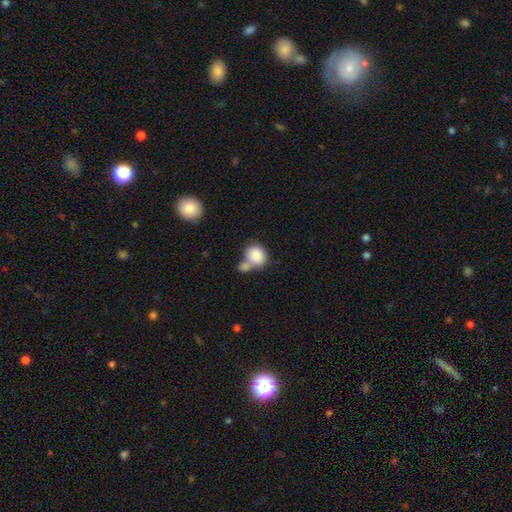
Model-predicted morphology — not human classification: Smooth or featured?
  - smooth: 85% *
  - featured or disk: 8%
  - star or artifact: 8%
How rounded?
  - round: 59% *
  - in between: 40%
  - cigar-shaped: 1%
Merging?
  - merger: 48% *
  - none: 34%
  - minor disturbance: 12%
  - major disturbance: 6%